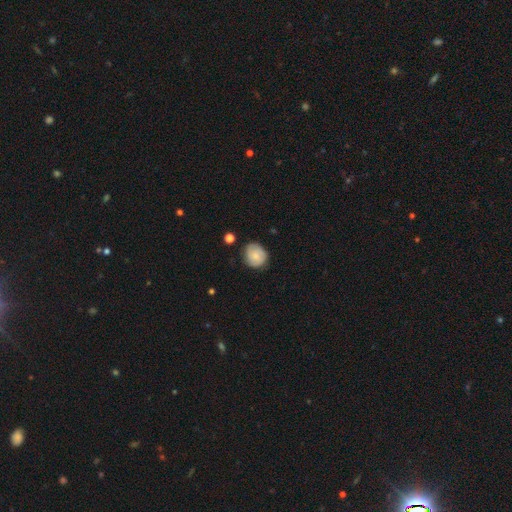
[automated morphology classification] This is likely a smooth galaxy (67%). How rounded: likely round (77%). Merging: likely none (76%).